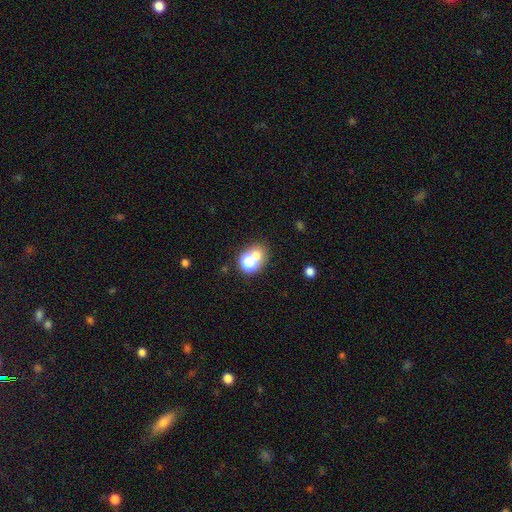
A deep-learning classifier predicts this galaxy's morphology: type=smooth (61%); roundness=round (68%); merging=none (49%).